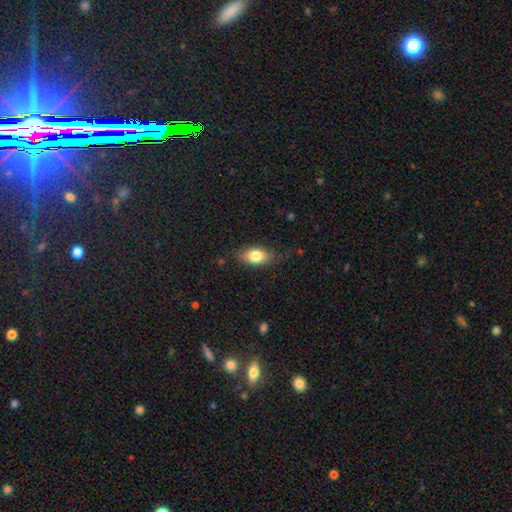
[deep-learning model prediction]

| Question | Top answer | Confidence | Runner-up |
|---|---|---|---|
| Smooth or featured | smooth | 78% | featured or disk (14%) |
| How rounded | in between | 87% | round (7%) |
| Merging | none | 70% | minor disturbance (22%) |